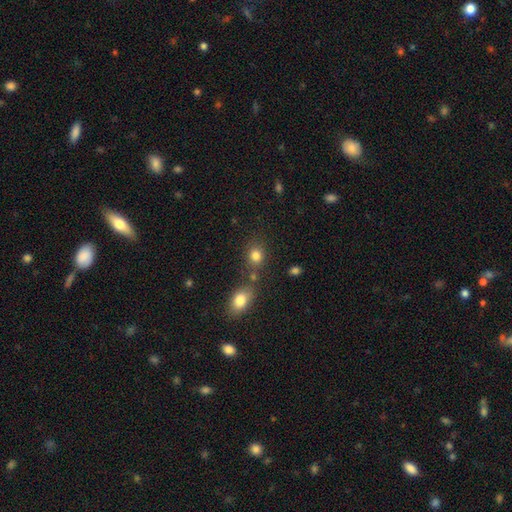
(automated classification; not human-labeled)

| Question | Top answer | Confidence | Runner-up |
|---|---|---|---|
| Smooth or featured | smooth | 81% | star or artifact (12%) |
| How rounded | round | 64% | in between (34%) |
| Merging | none | 66% | merger (19%) |